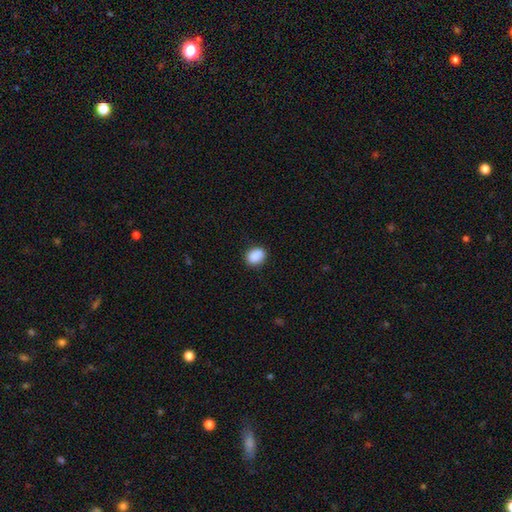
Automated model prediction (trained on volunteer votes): Smooth or featured: smooth — 89% (star or artifact — 8%)
How rounded: in between — 62% (round — 36%)
Merging: none — 83% (minor disturbance — 13%)